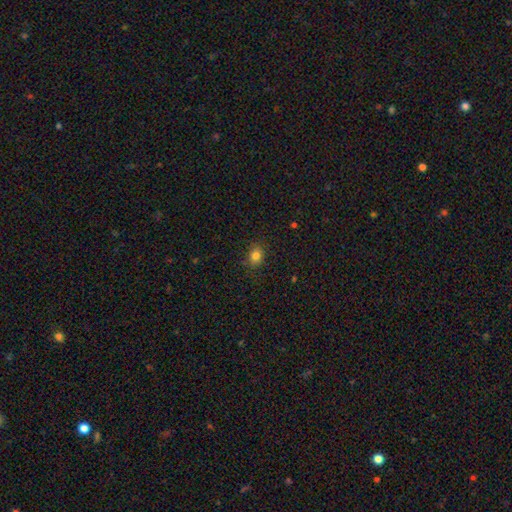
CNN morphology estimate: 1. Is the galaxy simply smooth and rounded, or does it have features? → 82% smooth, 12% star or artifact, 6% featured or disk.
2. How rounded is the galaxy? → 50% in between, 49% round, 1% cigar-shaped.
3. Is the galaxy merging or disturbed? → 85% none, 11% minor disturbance, 3% major disturbance, 1% merger.